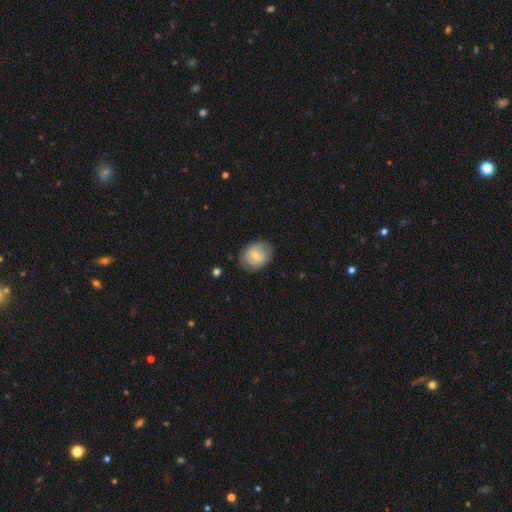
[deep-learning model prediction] This appears to be a smooth galaxy with no disk features (60%) that is round (52%). Merging: none (80%).